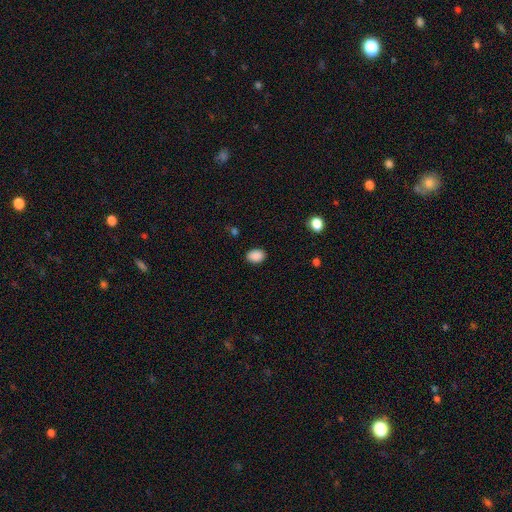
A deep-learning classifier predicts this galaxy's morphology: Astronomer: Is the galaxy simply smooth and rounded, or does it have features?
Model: smooth — 88%.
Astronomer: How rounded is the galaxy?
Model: in between — 75%.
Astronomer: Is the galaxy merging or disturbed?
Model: none — 87%.